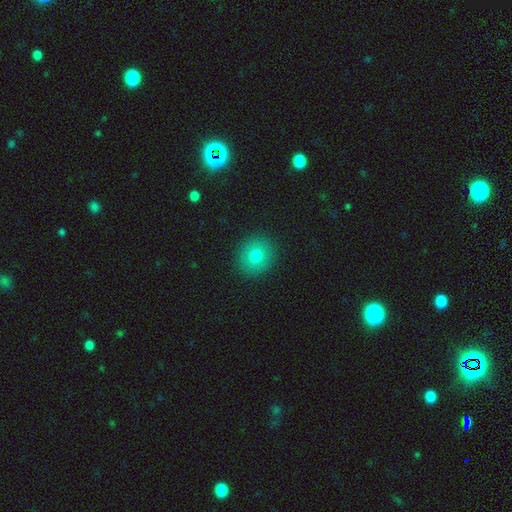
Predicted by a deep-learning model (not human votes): Smooth or featured: smooth — 77% (featured or disk — 12%)
How rounded: round — 84% (in between — 15%)
Merging: none — 90% (minor disturbance — 6%)